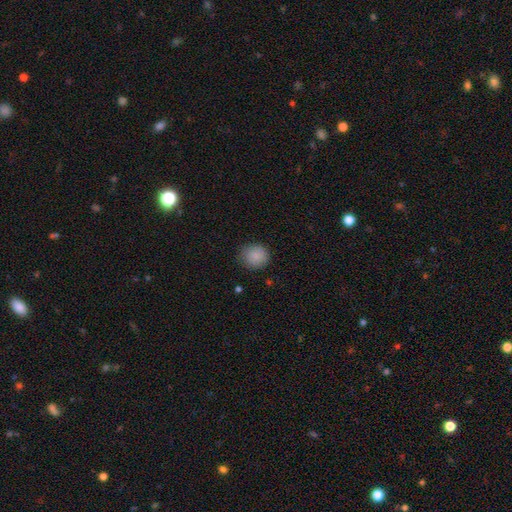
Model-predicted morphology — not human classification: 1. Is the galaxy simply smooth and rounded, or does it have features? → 87% smooth, 8% star or artifact, 5% featured or disk.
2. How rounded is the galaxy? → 85% round, 14% in between, 1% cigar-shaped.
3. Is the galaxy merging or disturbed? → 84% none, 12% minor disturbance, 3% major disturbance, 1% merger.